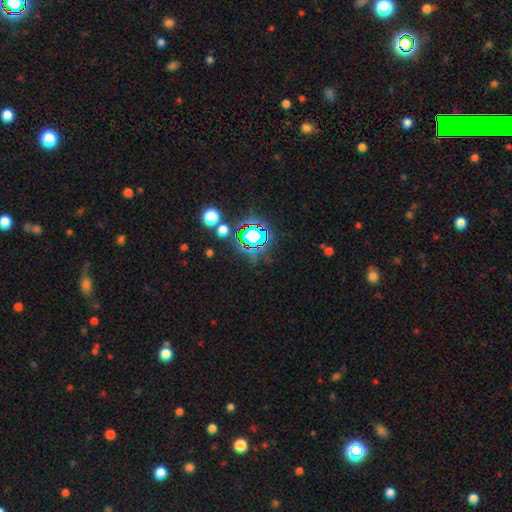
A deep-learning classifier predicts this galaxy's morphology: A star or artifact, not a galaxy (78%).

Vote fractions:
- Smooth or featured? star or artifact: 78% / smooth: 13% / featured or disk: 8%